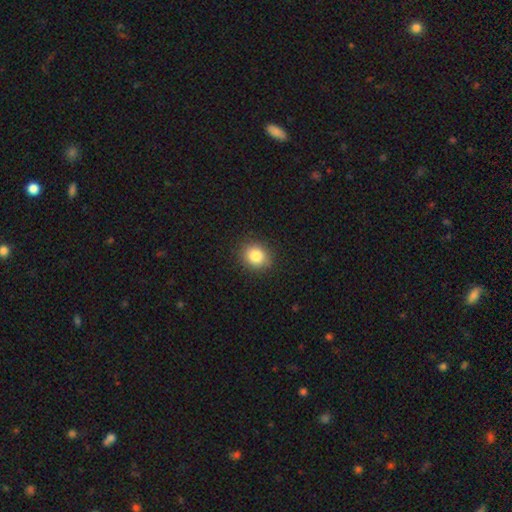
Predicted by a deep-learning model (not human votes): smooth-or-featured: smooth: 84% | star or artifact: 10% | featured or disk: 6%
  how-rounded: round: 69% | in between: 30% | cigar-shaped: 1%
  merging: none: 89% | minor disturbance: 8% | major disturbance: 2% | merger: 1%